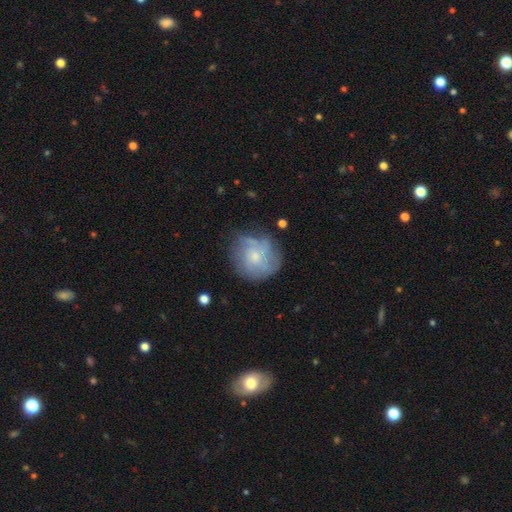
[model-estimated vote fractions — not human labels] smooth-or-featured: featured or disk: 50% | smooth: 41% | star or artifact: 9%
  merging: none: 61% | minor disturbance: 23% | major disturbance: 13% | merger: 3%